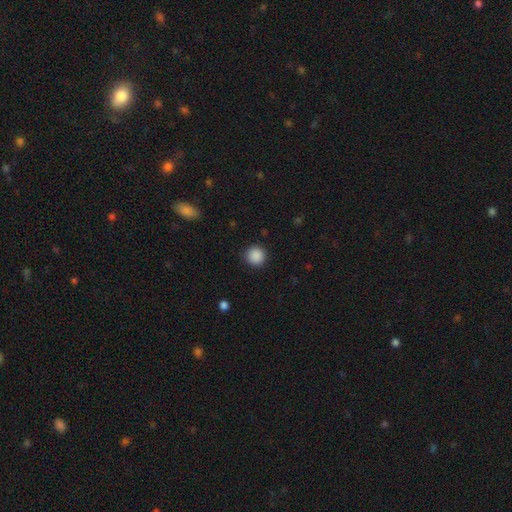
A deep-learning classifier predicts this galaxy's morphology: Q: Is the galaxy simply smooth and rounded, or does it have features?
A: smooth — 89%.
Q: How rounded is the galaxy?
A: round — 94%.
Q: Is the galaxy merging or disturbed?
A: none — 90%.